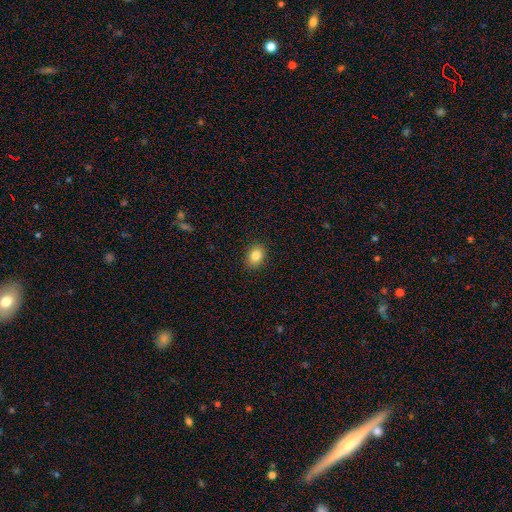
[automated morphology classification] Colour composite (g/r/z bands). It shows a smooth galaxy with no disk features (84%) that is in between round and cigar-shaped (69%). Merging: none (89%).